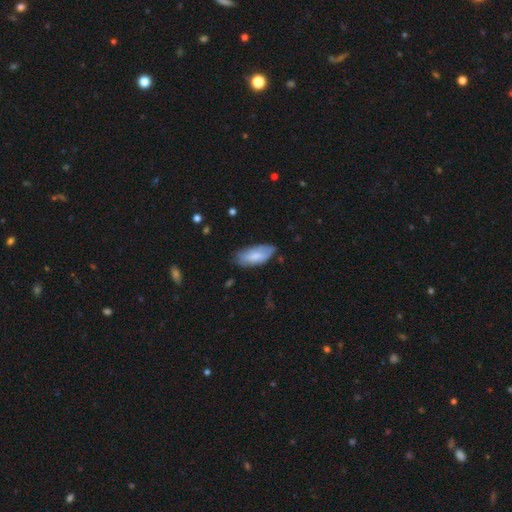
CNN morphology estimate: A smooth galaxy with no disk features (65%) that is in between round and cigar-shaped (87%). Merging: none (62%).